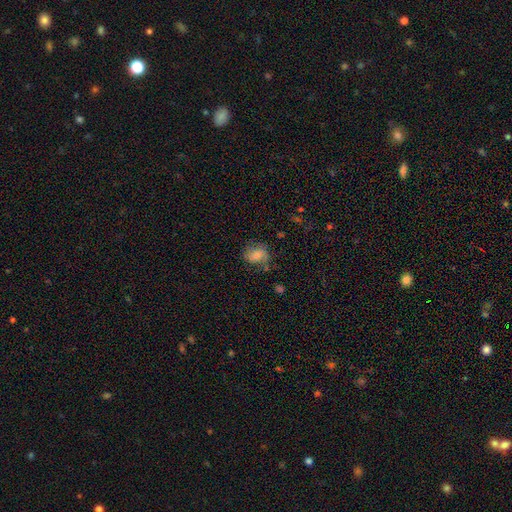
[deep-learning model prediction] This is possibly a smooth galaxy (57%). How rounded: possibly in between (52%). Merging: possibly none (59%).